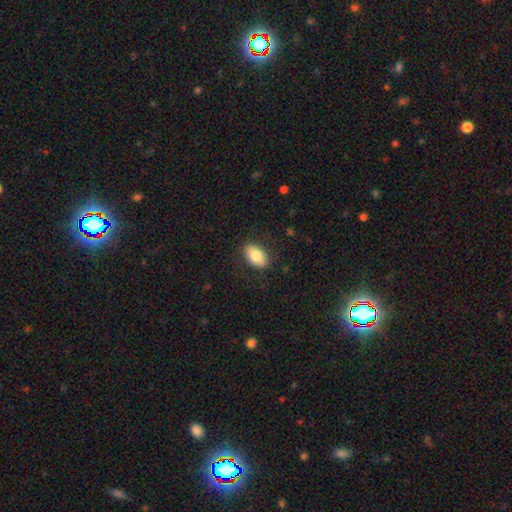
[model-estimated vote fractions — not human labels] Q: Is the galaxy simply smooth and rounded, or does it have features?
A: smooth — 80%.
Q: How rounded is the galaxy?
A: in between — 91%.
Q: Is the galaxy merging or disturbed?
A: none — 85%.